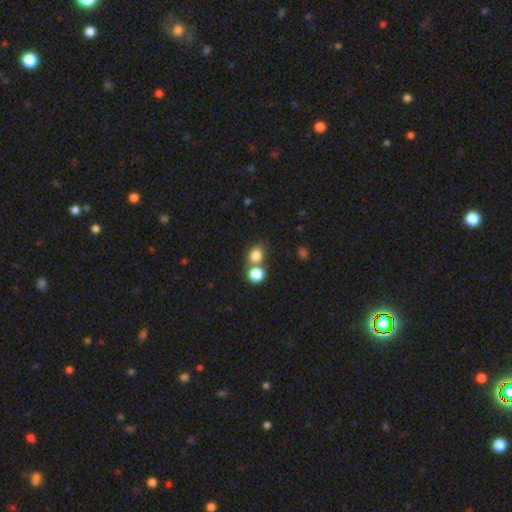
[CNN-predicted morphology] smooth-or-featured: smooth: 81% | star or artifact: 12% | featured or disk: 7%
  how-rounded: round: 71% | in between: 28% | cigar-shaped: 1%
  merging: none: 53% | merger: 36% | minor disturbance: 8% | major disturbance: 3%